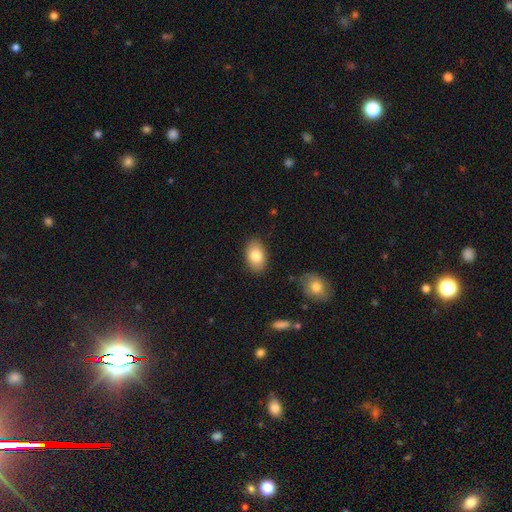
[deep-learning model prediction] The model was most divided on "smooth or featured": smooth: 81%, featured or disk: 12%, star or artifact: 7%. More confident: how rounded — in between (88%); merging — none (86%).